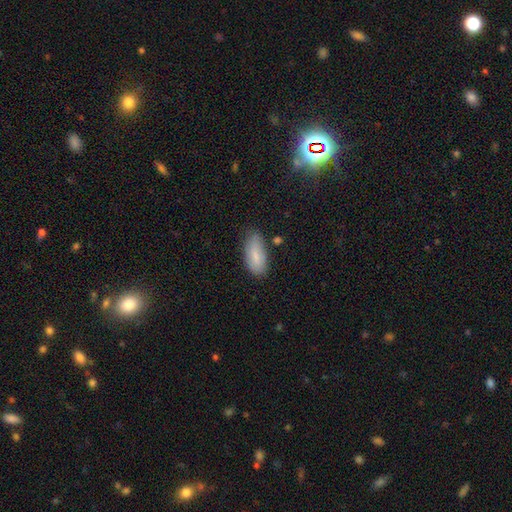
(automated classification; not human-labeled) A smooth galaxy with no disk features (78%) that is in between round and cigar-shaped (88%).

Vote fractions:
- Smooth or featured? smooth: 78% / featured or disk: 15% / star or artifact: 7%
- How rounded? in between: 88% / cigar-shaped: 10% / round: 2%
- Merging? none: 72% / minor disturbance: 22% / major disturbance: 4% / merger: 3%